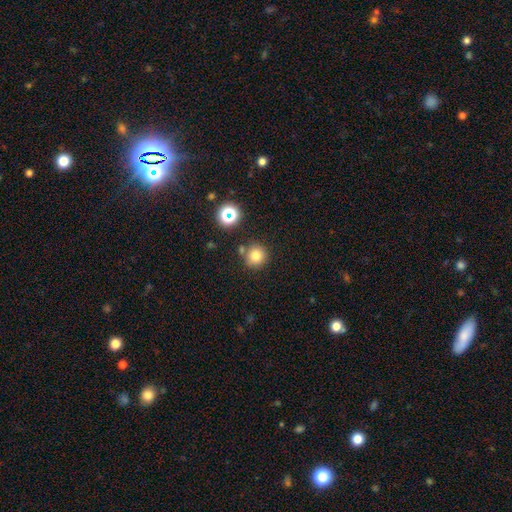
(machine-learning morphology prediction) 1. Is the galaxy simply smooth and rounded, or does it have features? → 77% smooth, 15% star or artifact, 8% featured or disk.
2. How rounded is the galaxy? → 93% round, 6% in between, 1% cigar-shaped.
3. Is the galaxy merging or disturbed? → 77% none, 11% merger, 9% minor disturbance, 3% major disturbance.